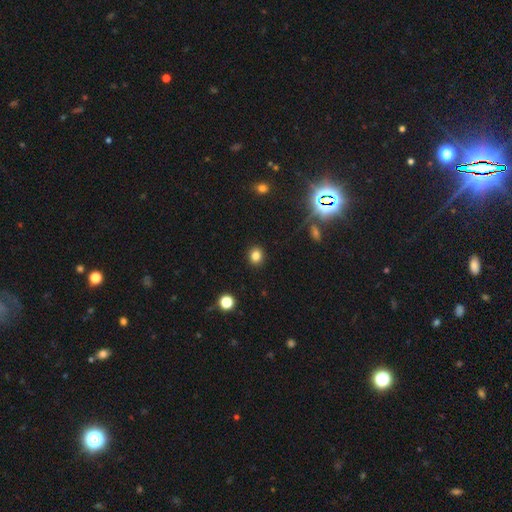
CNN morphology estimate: Q: Smooth or featured?
A: smooth (82%); runner-up: star or artifact (13%)
Q: How rounded?
A: round (72%); runner-up: in between (27%)
Q: Merging?
A: none (91%); runner-up: minor disturbance (6%)